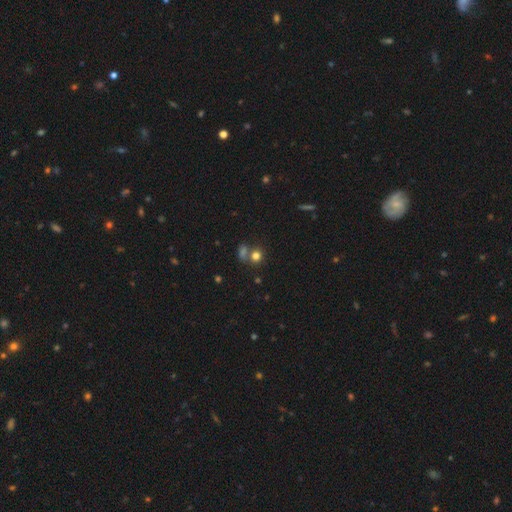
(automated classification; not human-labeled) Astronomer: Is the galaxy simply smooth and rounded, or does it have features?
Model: smooth — 75%.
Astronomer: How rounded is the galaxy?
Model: round — 79%.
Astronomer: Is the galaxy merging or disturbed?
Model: none — 56%.